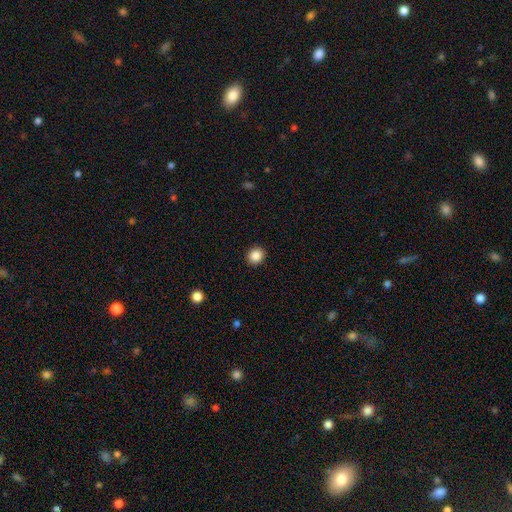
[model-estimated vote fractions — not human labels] Q: Smooth or featured?
A: smooth (87%); runner-up: star or artifact (10%)
Q: How rounded?
A: round (83%); runner-up: in between (16%)
Q: Merging?
A: none (92%); runner-up: minor disturbance (5%)